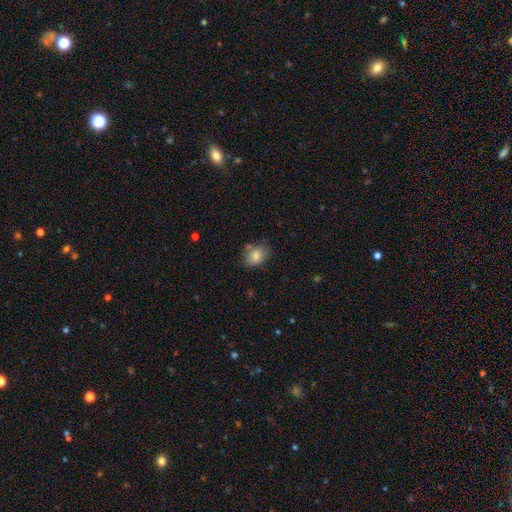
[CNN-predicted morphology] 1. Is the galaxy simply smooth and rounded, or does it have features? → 82% smooth, 9% featured or disk, 8% star or artifact.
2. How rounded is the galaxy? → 69% in between, 30% round, 1% cigar-shaped.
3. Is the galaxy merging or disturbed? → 67% none, 21% minor disturbance, 7% merger, 5% major disturbance.